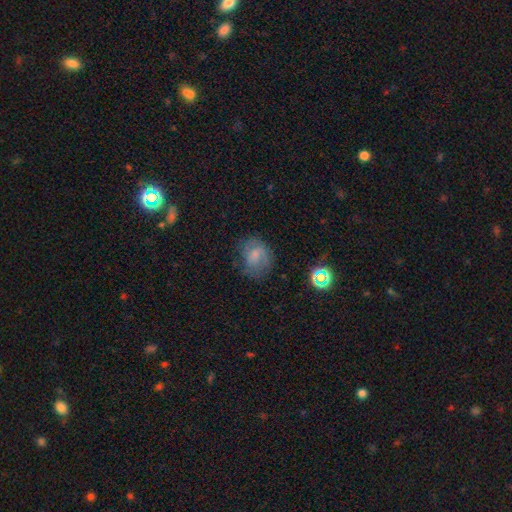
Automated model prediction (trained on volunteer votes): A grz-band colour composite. It shows a smooth galaxy with no disk features (55%) that is round (52%). Merging: none (56%).